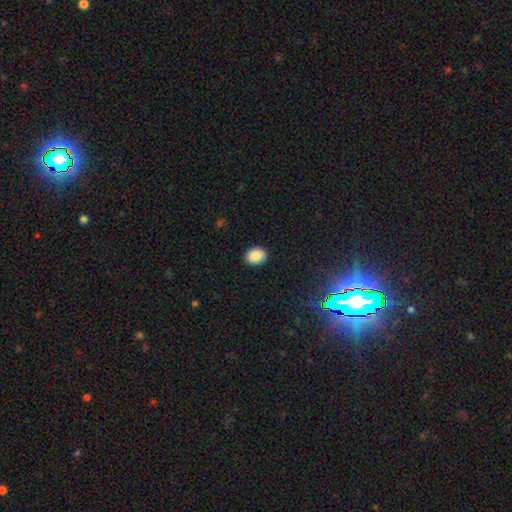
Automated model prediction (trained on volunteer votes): This appears to be a smooth galaxy with no disk features (88%) that is in between round and cigar-shaped (60%). Merging: none (90%).